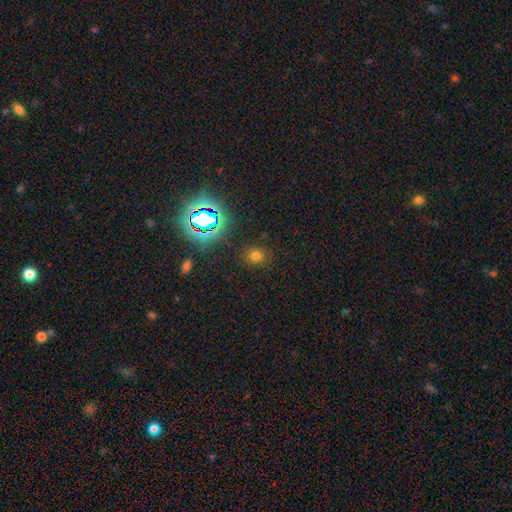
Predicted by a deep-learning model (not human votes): Smooth or featured: smooth — 66% (star or artifact — 27%)
How rounded: round — 76% (in between — 22%)
Merging: none — 84% (minor disturbance — 10%)